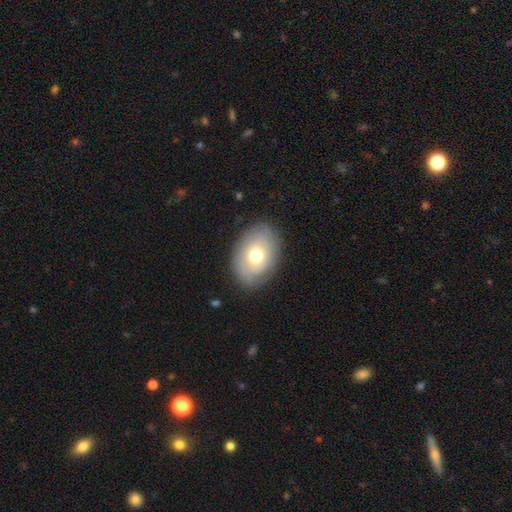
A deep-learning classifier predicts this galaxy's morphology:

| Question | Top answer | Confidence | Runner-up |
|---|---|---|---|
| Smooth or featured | smooth | 62% | featured or disk (30%) |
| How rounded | in between | 79% | round (20%) |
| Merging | none | 83% | minor disturbance (12%) |